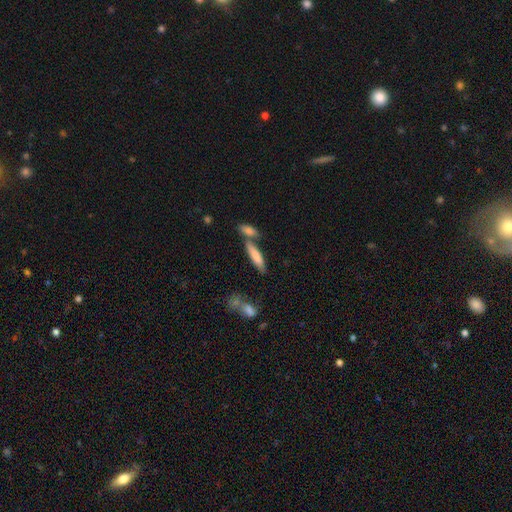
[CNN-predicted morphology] A smooth galaxy with no disk features (76%) that is cigar-shaped (71%).

Vote fractions:
- Smooth or featured? smooth: 76% / featured or disk: 17% / star or artifact: 7%
- How rounded? cigar-shaped: 71% / in between: 27% / round: 2%
- Merging? none: 55% / merger: 30% / minor disturbance: 11% / major disturbance: 4%